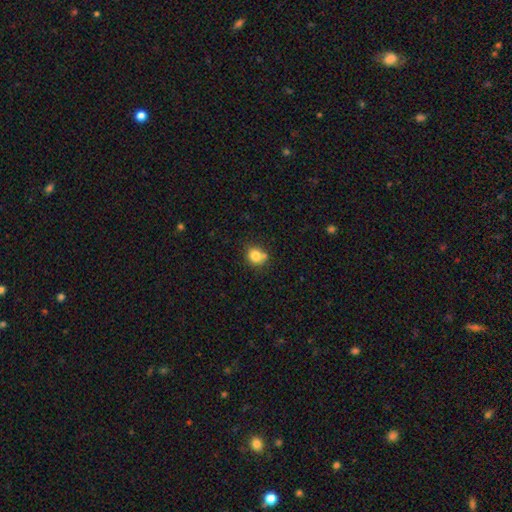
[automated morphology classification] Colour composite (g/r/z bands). It shows a smooth galaxy with no disk features (82%) that is round (72%). Merging: none (61%).